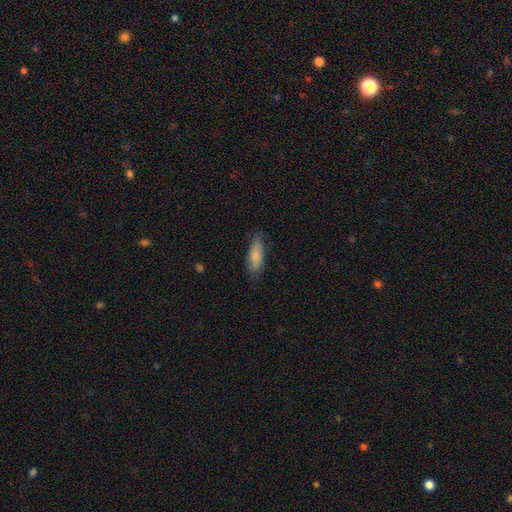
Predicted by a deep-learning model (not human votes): A smooth galaxy with no disk features (82%) that is in between round and cigar-shaped (67%).

Vote fractions:
- Smooth or featured? smooth: 82% / featured or disk: 12% / star or artifact: 6%
- How rounded? in between: 67% / cigar-shaped: 31% / round: 2%
- Merging? none: 77% / minor disturbance: 18% / major disturbance: 4% / merger: 1%